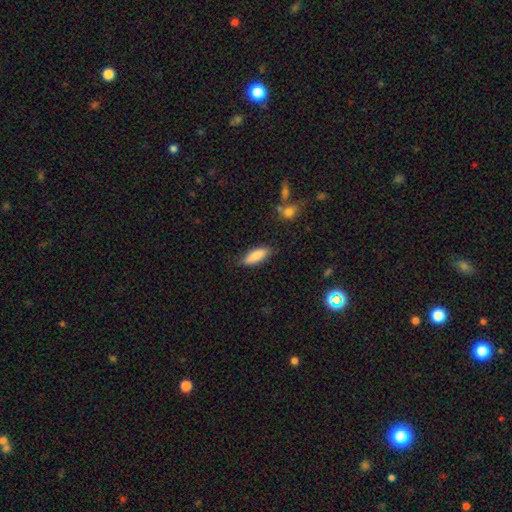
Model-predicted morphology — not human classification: Overall: smooth (84%). How rounded: in between (69%; cigar-shaped 29%). Merging: none (80%).